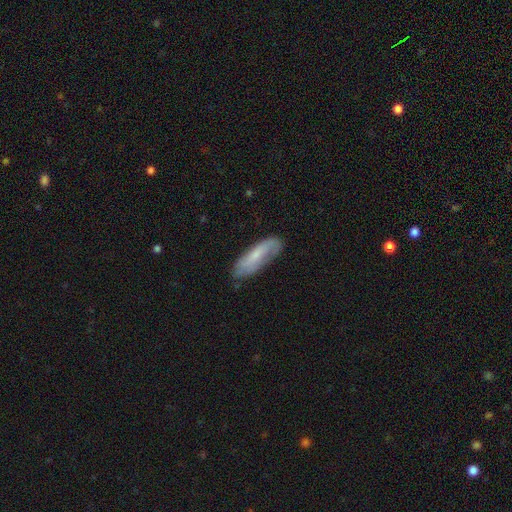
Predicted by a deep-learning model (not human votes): smooth-or-featured: smooth: 59% | featured or disk: 35% | star or artifact: 7%
  how-rounded: cigar-shaped: 49% (tied) | in between: 49% (tied) | round: 2%
  merging: none: 68% | minor disturbance: 24% | major disturbance: 6% | merger: 2%